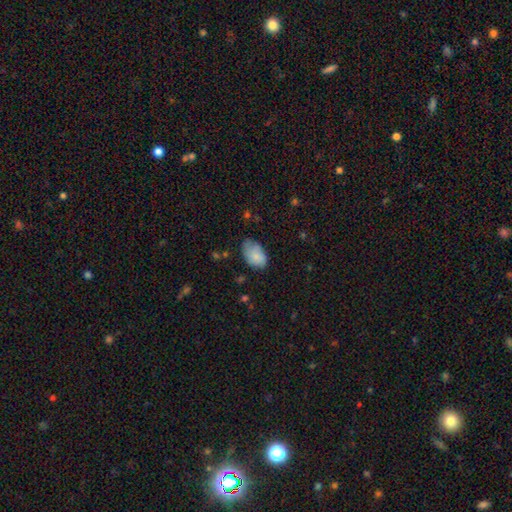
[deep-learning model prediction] smooth-or-featured: smooth: 82% | featured or disk: 11% | star or artifact: 7%
  how-rounded: in between: 90% | round: 8% | cigar-shaped: 1%
  merging: none: 53% | minor disturbance: 35% | major disturbance: 10% | merger: 2%